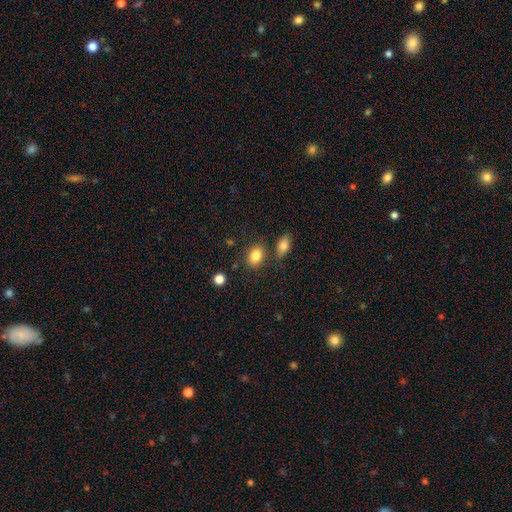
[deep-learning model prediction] Smooth or featured? smooth (84%)
How rounded? in between (65%)
Merging? none (75%)